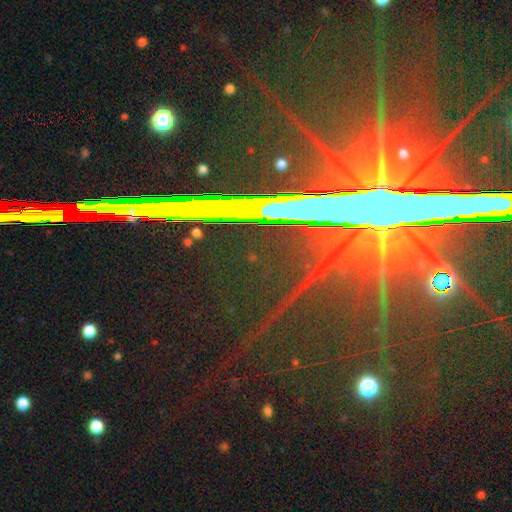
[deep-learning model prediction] star or artifact 81%, featured or disk 13%, smooth 7%.